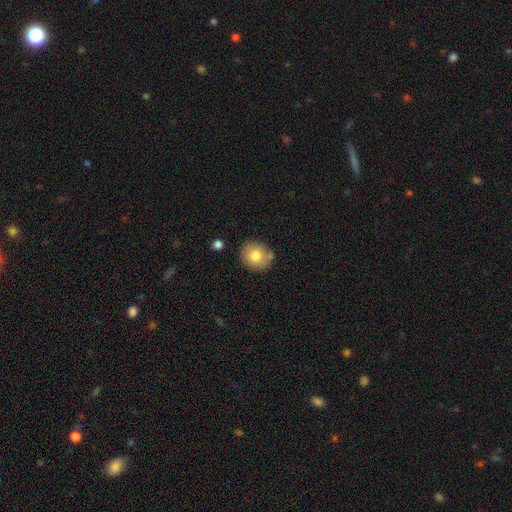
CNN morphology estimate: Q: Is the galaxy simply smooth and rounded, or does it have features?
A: smooth — 79%.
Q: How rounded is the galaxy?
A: round — 78%.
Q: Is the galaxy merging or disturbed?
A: none — 77%.